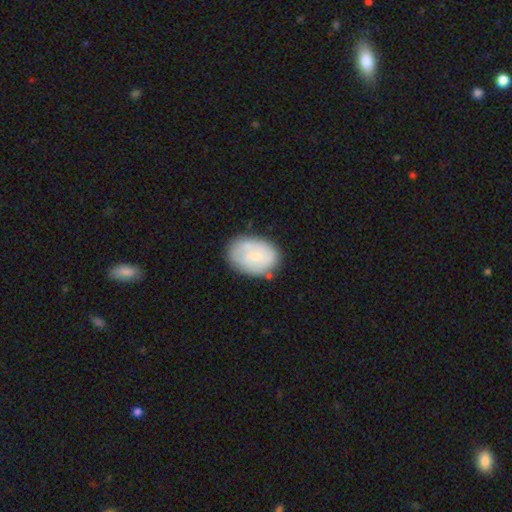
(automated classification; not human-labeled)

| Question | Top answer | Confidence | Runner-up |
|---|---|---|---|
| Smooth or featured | featured or disk | 48% | smooth (46%) |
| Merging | none | 70% | minor disturbance (21%) |